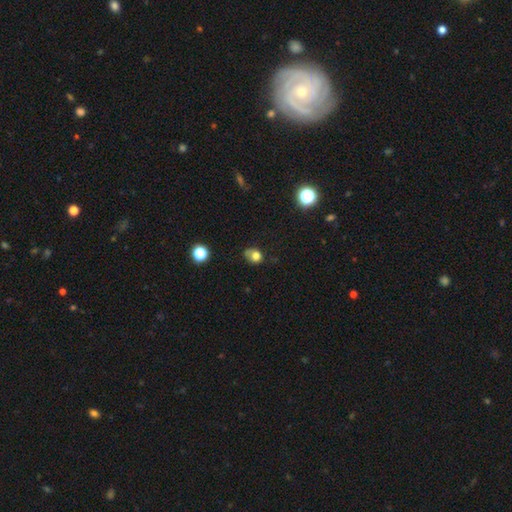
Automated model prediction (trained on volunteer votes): This is likely a smooth galaxy (76%). How rounded: likely round (63%). Merging: possibly none (52%).